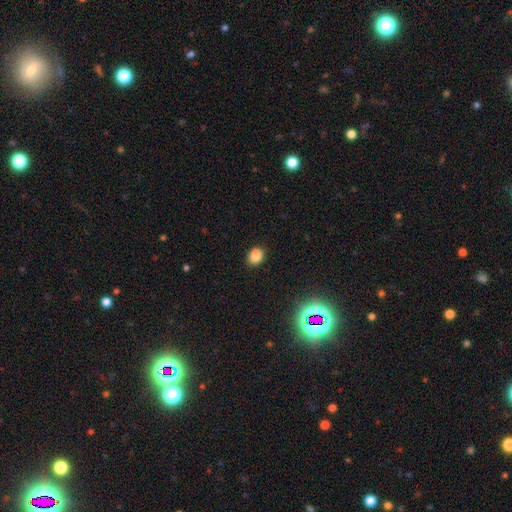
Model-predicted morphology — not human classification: Smooth or featured: smooth — 83% (star or artifact — 12%)
How rounded: in between — 61% (round — 38%)
Merging: none — 83% (minor disturbance — 12%)